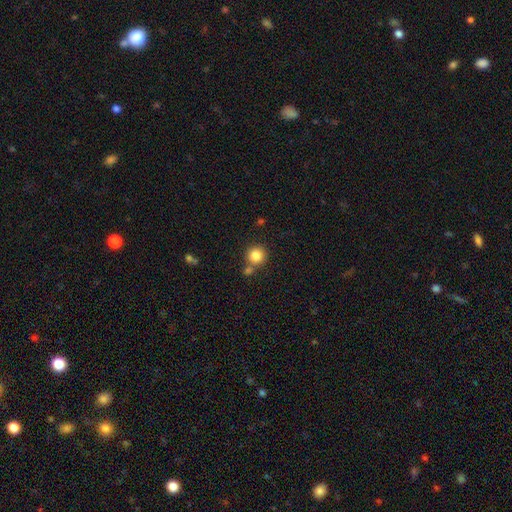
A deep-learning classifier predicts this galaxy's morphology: Overall: smooth (84%). How rounded: round (93%). Merging: none (71%).